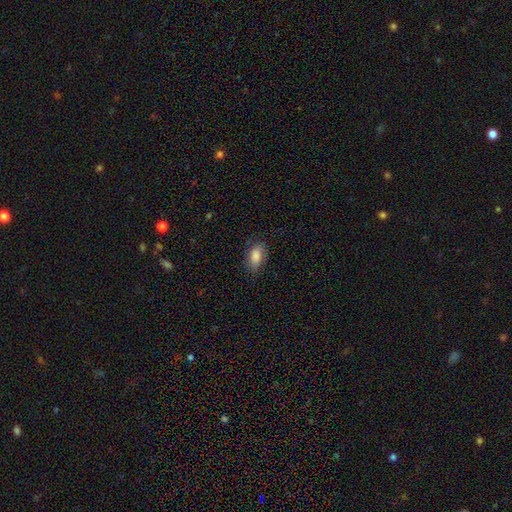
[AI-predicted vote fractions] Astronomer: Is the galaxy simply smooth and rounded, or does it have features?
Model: smooth — 86%.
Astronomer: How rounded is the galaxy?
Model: in between — 90%.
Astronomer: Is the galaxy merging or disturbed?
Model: none — 78%.